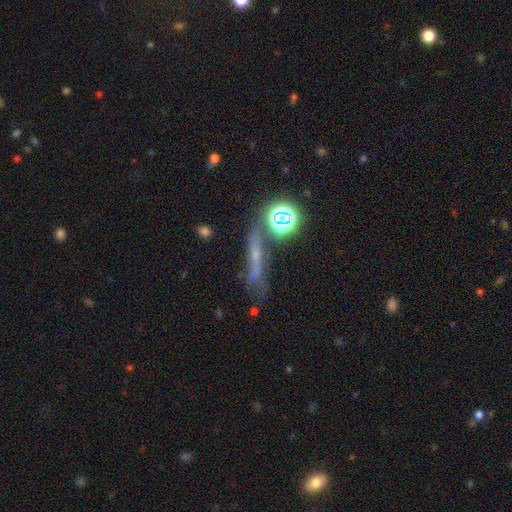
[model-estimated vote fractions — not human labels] smooth_or_featured: featured or disk (p=0.37) [alt: smooth p=0.32]
merging: none (p=0.56) [alt: minor disturbance p=0.20]